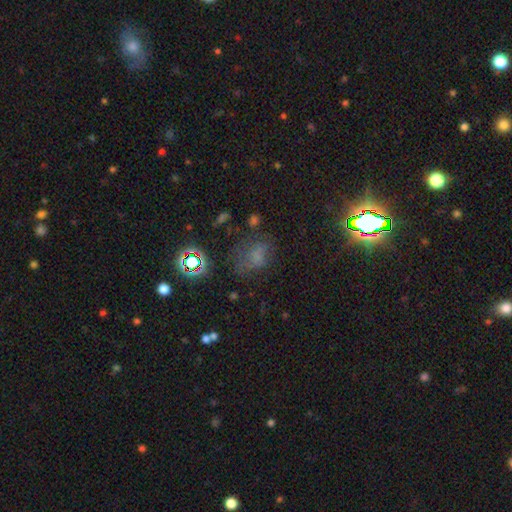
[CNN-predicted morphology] A smooth galaxy with no disk features (47%). Merging: none (49%).